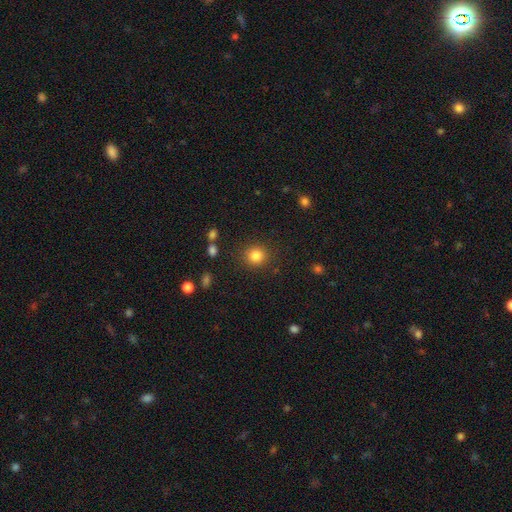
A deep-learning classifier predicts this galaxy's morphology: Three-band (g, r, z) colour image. It shows a smooth galaxy with no disk features (84%) that is round (89%). Merging: none (88%).